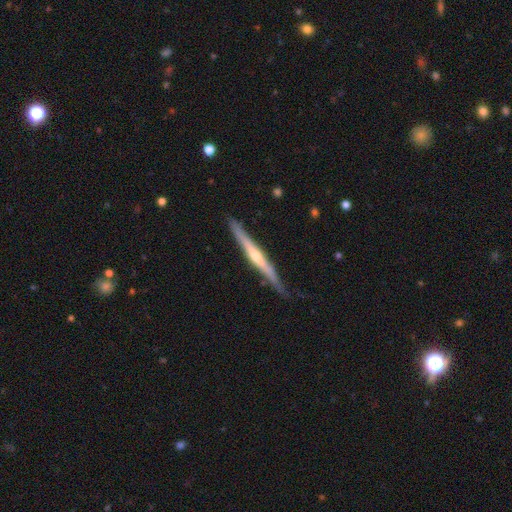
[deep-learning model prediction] The model was most divided on "edge-on bulge": rounded: 70%, none: 24%, boxy: 6%. More confident: edge-on disk — yes (97%); merging — none (83%); smooth or featured — featured or disk (73%).